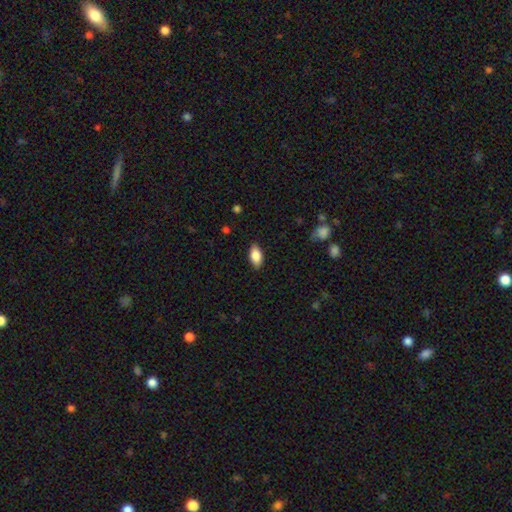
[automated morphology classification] type=smooth (86%); roundness=in between (92%); merging=none (86%).